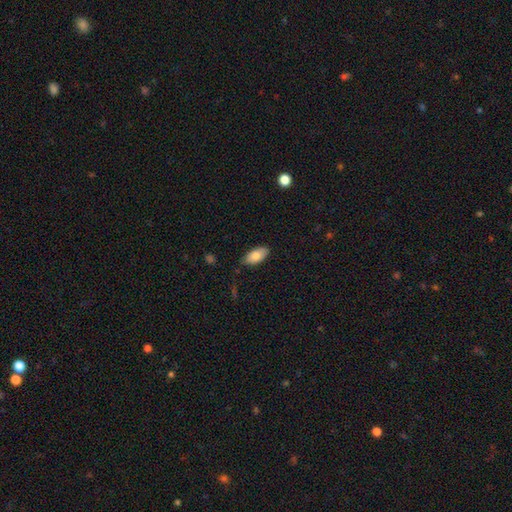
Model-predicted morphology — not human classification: Overall: smooth (81%). How rounded: in between (93%). Merging: none (83%).